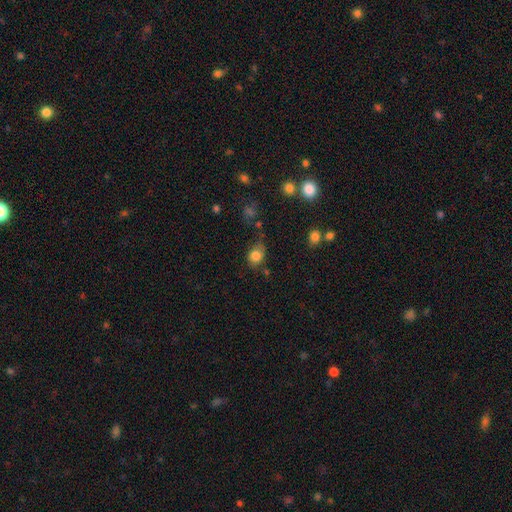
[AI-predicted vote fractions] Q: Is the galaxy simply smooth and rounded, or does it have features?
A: smooth — 82%.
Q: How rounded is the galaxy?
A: round — 52%.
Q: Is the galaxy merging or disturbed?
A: none — 55%.